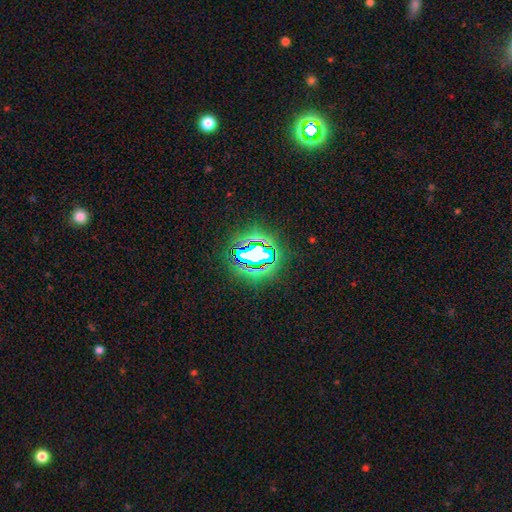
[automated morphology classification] Smooth or featured?
  - star or artifact: 71% *
  - smooth: 17%
  - featured or disk: 12%